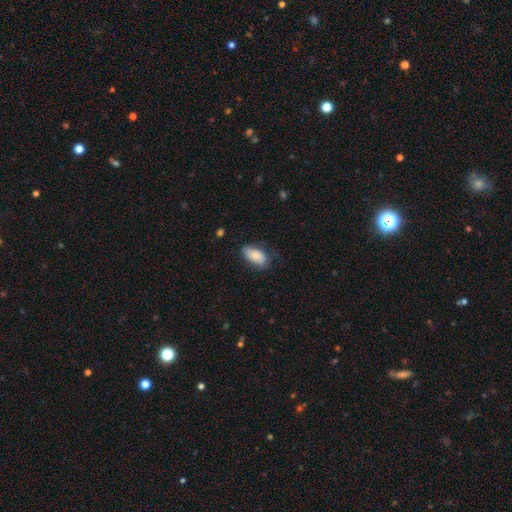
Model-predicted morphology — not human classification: A smooth galaxy with no disk features (81%) that is in between round and cigar-shaped (92%). Merging: none (68%).